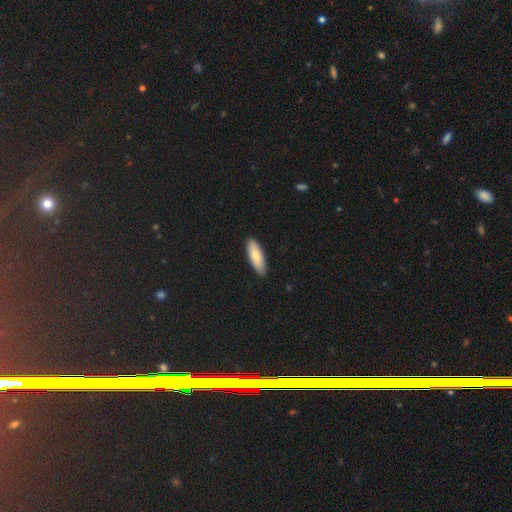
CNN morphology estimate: This appears to be a smooth galaxy with no disk features (78%) that is in between round and cigar-shaped (66%). Merging: none (89%).